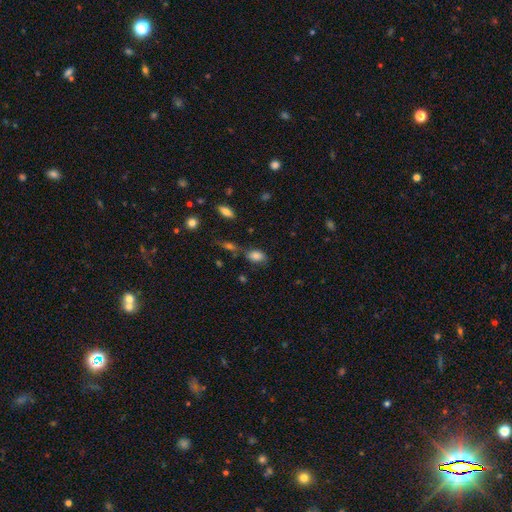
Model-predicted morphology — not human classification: Smooth or featured? smooth (82%)
How rounded? in between (82%)
Merging? none (63%)